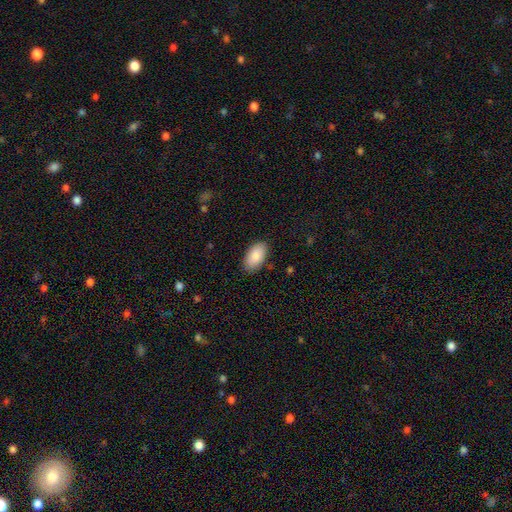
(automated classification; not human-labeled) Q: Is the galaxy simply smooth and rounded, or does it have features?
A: smooth — 89%.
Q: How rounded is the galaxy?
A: in between — 96%.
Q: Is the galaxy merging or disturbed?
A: none — 86%.